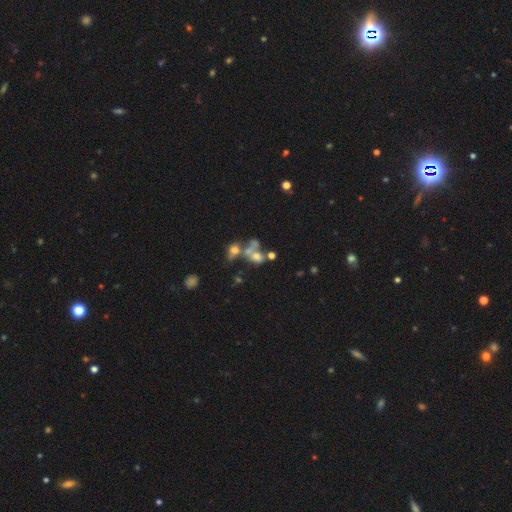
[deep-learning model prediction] smooth 42%, featured or disk 33%, star or artifact 25%. Down the decision tree: merging — merger (51%).